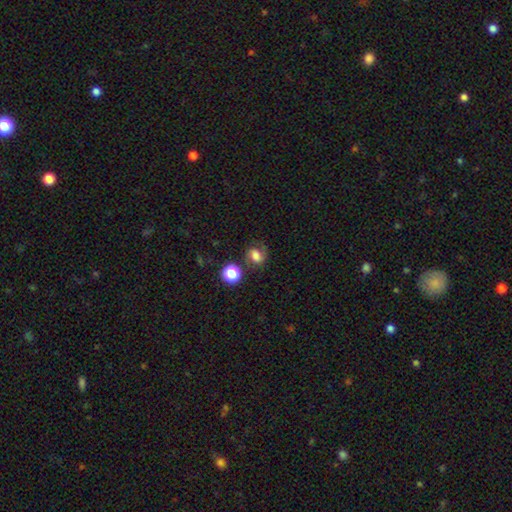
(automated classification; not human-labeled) This is possibly a smooth galaxy (57%). How rounded: possibly round (55%). Merging: likely none (62%).